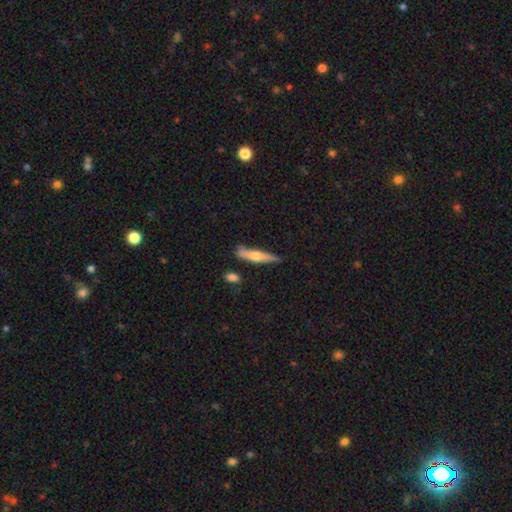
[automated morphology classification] A smooth galaxy with no disk features (53%) that is cigar-shaped (85%). Merging: none (69%).